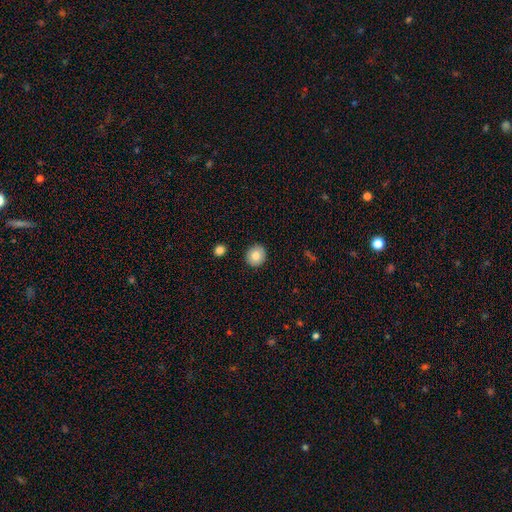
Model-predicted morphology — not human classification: Smooth or featured? smooth (81%)
How rounded? round (88%)
Merging? none (91%)